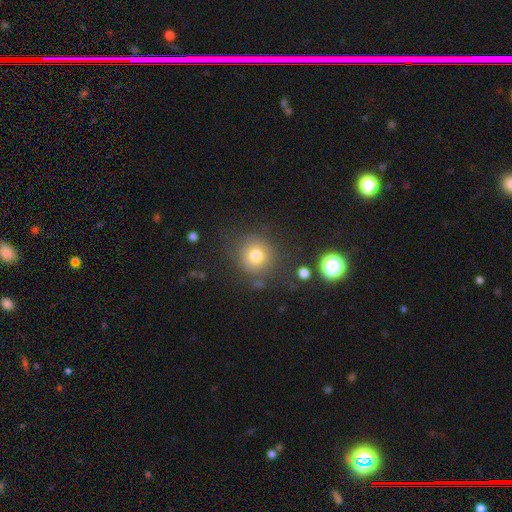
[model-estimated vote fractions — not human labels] Smooth or featured? Predicted: smooth (p=0.75). How rounded? Predicted: round (p=0.91). Merging? Predicted: none (p=0.77).